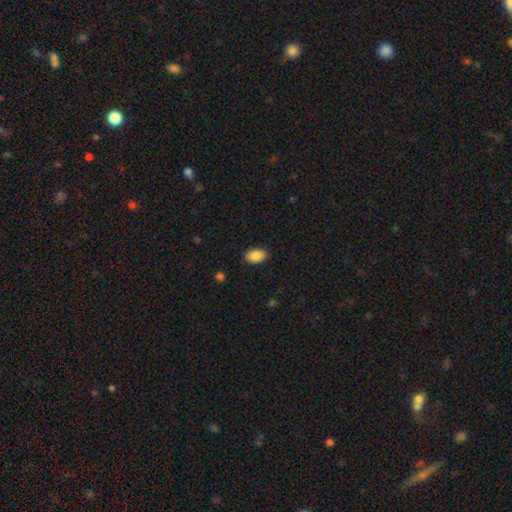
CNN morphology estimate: Smooth or featured: smooth — 89% (star or artifact — 7%)
How rounded: in between — 92% (round — 7%)
Merging: none — 88% (minor disturbance — 9%)